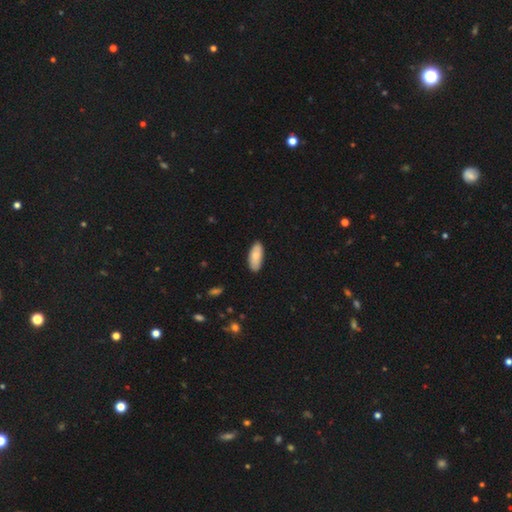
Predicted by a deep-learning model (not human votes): Q: Smooth or featured?
A: smooth (80%); runner-up: featured or disk (15%)
Q: How rounded?
A: in between (85%); runner-up: cigar-shaped (13%)
Q: Merging?
A: none (85%); runner-up: minor disturbance (12%)